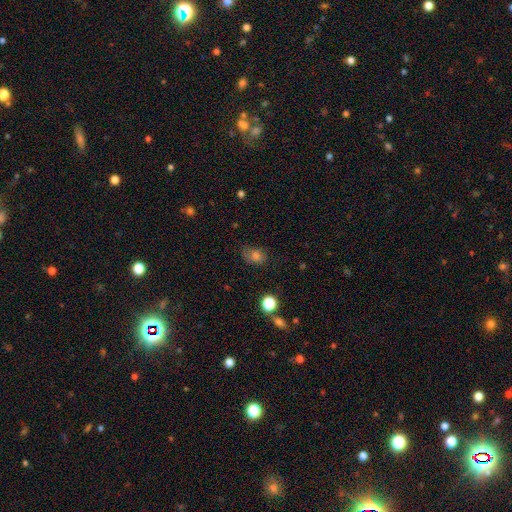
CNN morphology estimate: This appears to be a smooth galaxy with no disk features (74%) that is in between round and cigar-shaped (59%). Merging: none (58%).